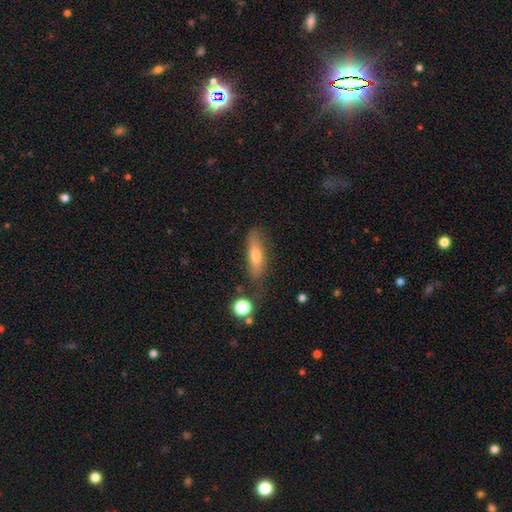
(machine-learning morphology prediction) Smooth or featured?
  - smooth: 62% *
  - featured or disk: 30%
  - star or artifact: 8%
How rounded?
  - cigar-shaped: 58% *
  - in between: 39%
  - round: 3%
Merging?
  - none: 70% *
  - minor disturbance: 19%
  - major disturbance: 6%
  - merger: 4%